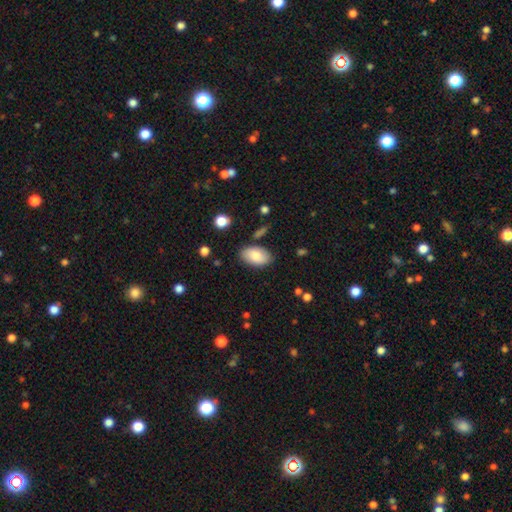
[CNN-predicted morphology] A smooth galaxy with no disk features (82%) that is in between round and cigar-shaped (94%). Merging: none (82%).